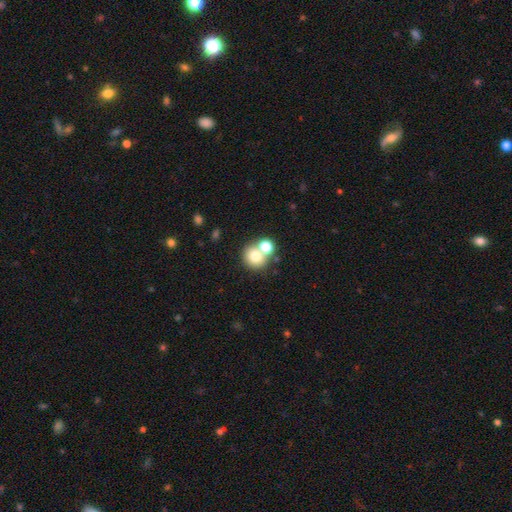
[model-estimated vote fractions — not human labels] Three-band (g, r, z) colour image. It shows a smooth galaxy with no disk features (73%) that is round (84%). Merging: none (46%).